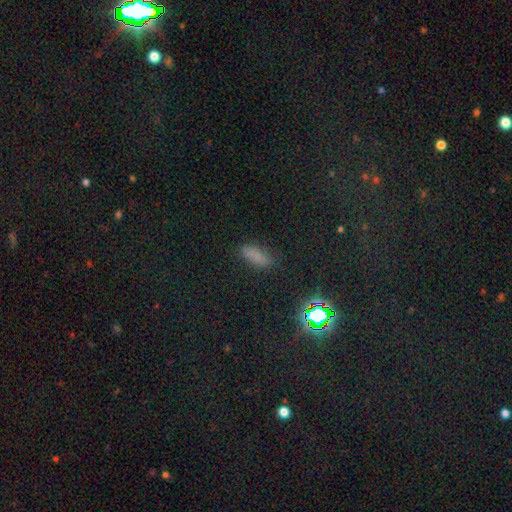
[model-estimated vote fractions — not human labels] Smooth or featured? smooth (72%)
How rounded? in between (67%)
Merging? none (82%)